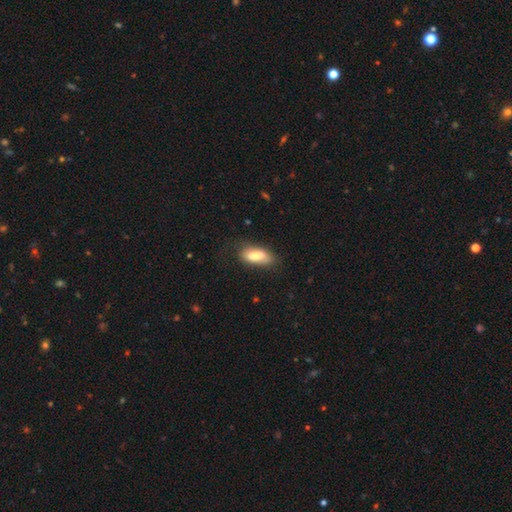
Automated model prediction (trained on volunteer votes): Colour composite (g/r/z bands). It shows a smooth galaxy with no disk features (78%) that is in between round and cigar-shaped (83%). Merging: none (62%).